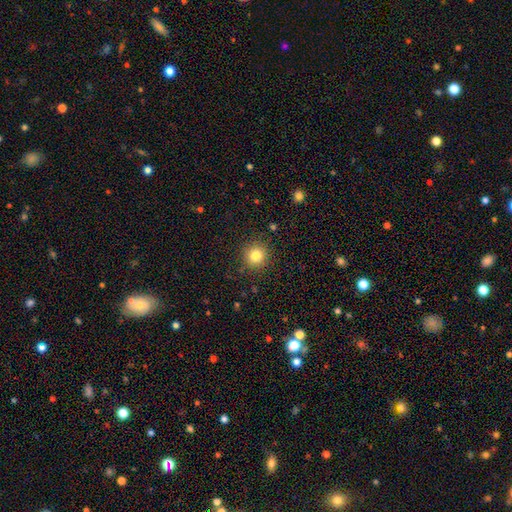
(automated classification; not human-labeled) A smooth galaxy with no disk features (81%) that is round (94%).

Vote fractions:
- Smooth or featured? smooth: 81% / star or artifact: 12% / featured or disk: 7%
- How rounded? round: 94% / in between: 5% / cigar-shaped: 1%
- Merging? none: 89% / minor disturbance: 7% / major disturbance: 2% / merger: 1%